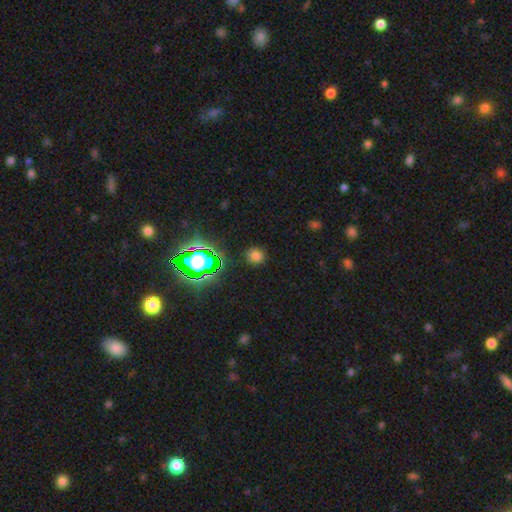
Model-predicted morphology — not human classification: Smooth or featured? Predicted: smooth (p=0.66). How rounded? Predicted: round (p=0.85). Merging? Predicted: none (p=0.87).